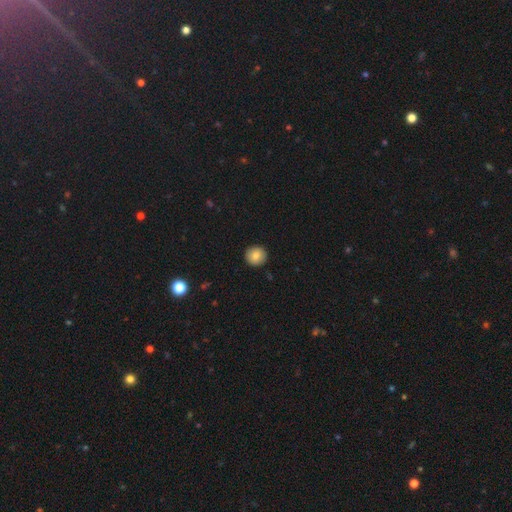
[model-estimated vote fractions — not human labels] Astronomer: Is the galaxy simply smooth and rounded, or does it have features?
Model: smooth — 82%.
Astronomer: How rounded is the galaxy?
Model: round — 94%.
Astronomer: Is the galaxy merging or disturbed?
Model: none — 92%.